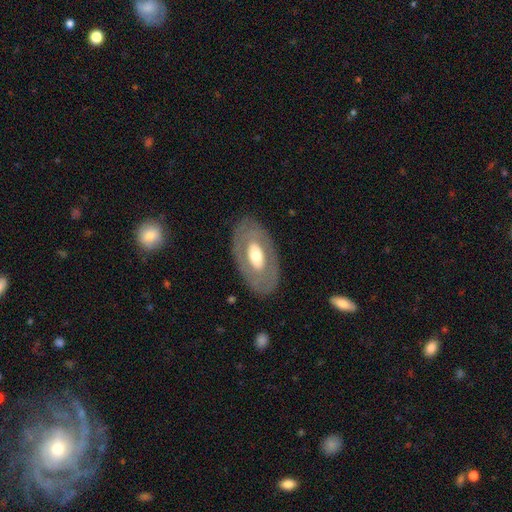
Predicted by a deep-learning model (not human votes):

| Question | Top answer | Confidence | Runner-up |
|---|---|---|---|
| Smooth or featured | featured or disk | 51% | smooth (44%) |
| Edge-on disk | no | 88% | yes (12%) |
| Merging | none | 82% | minor disturbance (11%) |